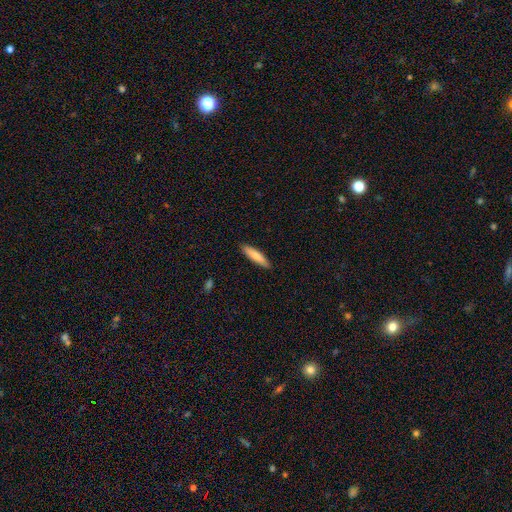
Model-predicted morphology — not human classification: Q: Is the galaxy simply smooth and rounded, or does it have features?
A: smooth — 78%.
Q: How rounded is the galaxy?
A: cigar-shaped — 78%.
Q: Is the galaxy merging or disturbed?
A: none — 90%.